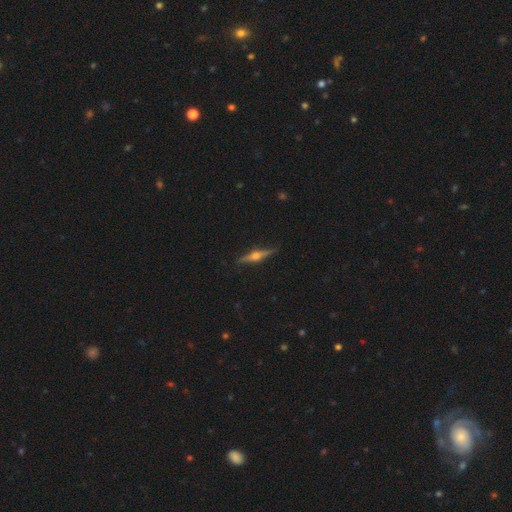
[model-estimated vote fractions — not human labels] This appears to be a featured or disk galaxy (77%) viewed edge-on (97%) with a rounded central bulge (94%). Merging: none (87%).